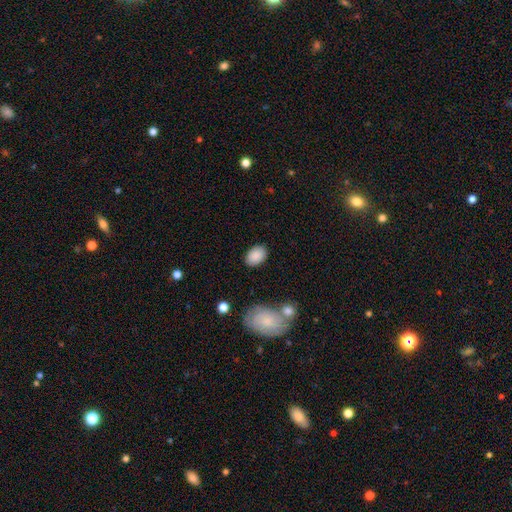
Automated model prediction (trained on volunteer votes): smooth 88%, star or artifact 7%, featured or disk 5%. Down the decision tree: how rounded — in between (84%); merging — none (84%).